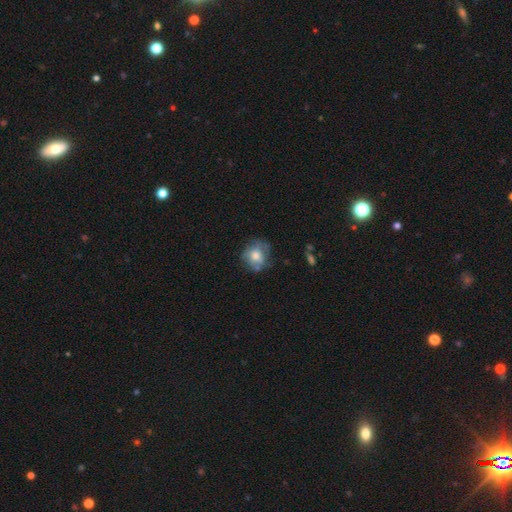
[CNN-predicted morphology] smooth-or-featured: smooth: 58% | featured or disk: 33% | star or artifact: 9%
  how-rounded: round: 72% | in between: 27% | cigar-shaped: 1%
  merging: none: 58% | minor disturbance: 26% | major disturbance: 12% | merger: 4%